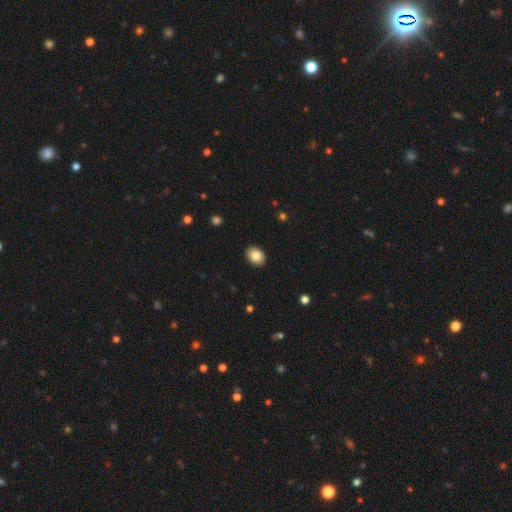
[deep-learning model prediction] smooth-or-featured: smooth: 85% | star or artifact: 8% | featured or disk: 7%
  how-rounded: in between: 69% | round: 30% | cigar-shaped: 1%
  merging: none: 90% | minor disturbance: 7% | major disturbance: 2% | merger: 1%